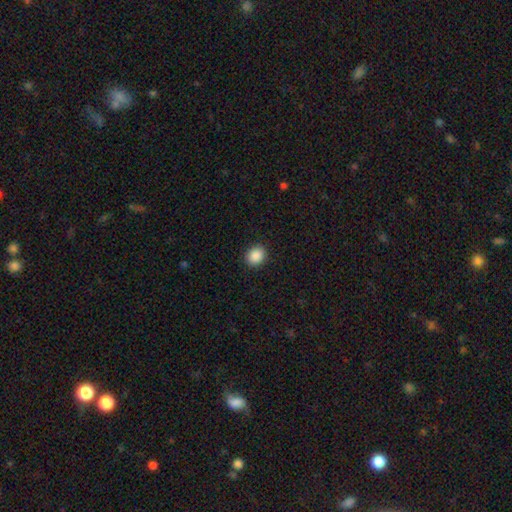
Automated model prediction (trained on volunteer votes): A smooth galaxy with no disk features (89%) that is round (64%).

Vote fractions:
- Smooth or featured? smooth: 89% / star or artifact: 8% / featured or disk: 3%
- How rounded? round: 64% / in between: 35% / cigar-shaped: 1%
- Merging? none: 91% / minor disturbance: 6% / major disturbance: 2% / merger: 1%